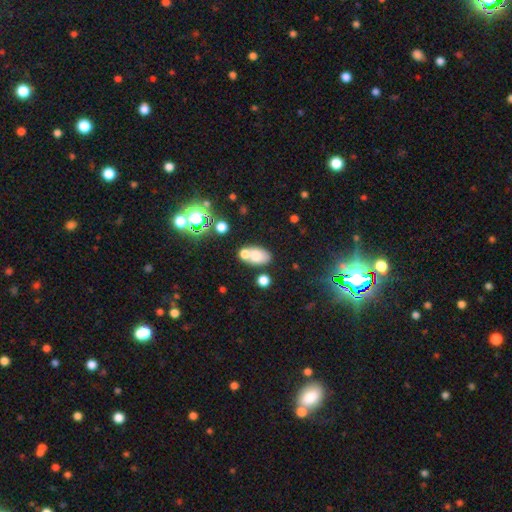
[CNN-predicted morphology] smooth-or-featured: smooth: 70% | featured or disk: 17% | star or artifact: 13%
  how-rounded: in between: 84% | round: 14% | cigar-shaped: 2%
  merging: none: 42% | merger: 40% | minor disturbance: 13% | major disturbance: 5%